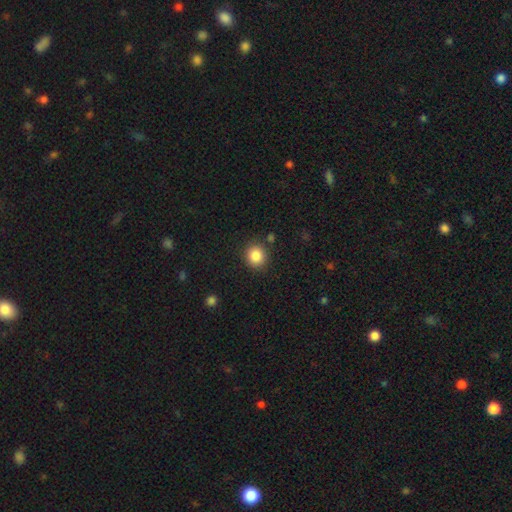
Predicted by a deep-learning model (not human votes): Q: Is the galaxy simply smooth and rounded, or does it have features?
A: smooth — 86%.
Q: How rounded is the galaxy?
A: round — 83%.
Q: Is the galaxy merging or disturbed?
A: none — 86%.